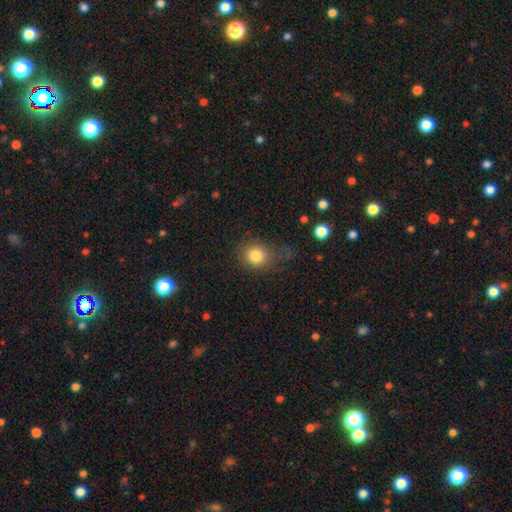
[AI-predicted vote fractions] Smooth or featured? smooth (82%)
How rounded? round (71%)
Merging? none (63%)